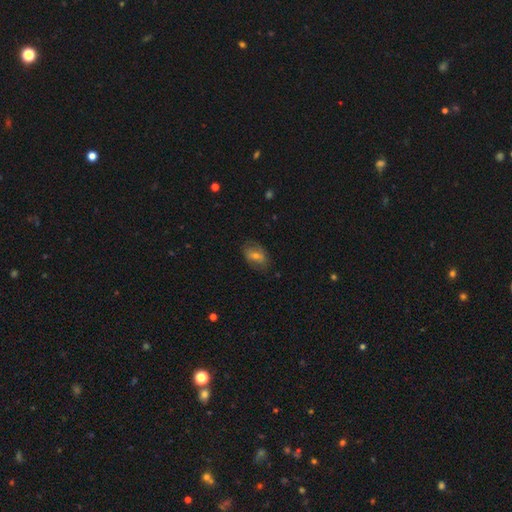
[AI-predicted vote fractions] smooth 49%, featured or disk 39%, star or artifact 13%. Down the decision tree: merging — none (75%).